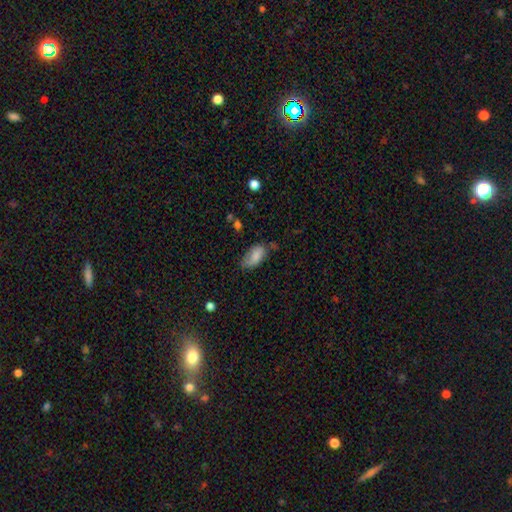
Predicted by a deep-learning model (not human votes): smooth-or-featured: smooth: 81% | featured or disk: 11% | star or artifact: 7%
  how-rounded: in between: 91% | cigar-shaped: 5% | round: 3%
  merging: none: 55% | minor disturbance: 33% | major disturbance: 9% | merger: 4%